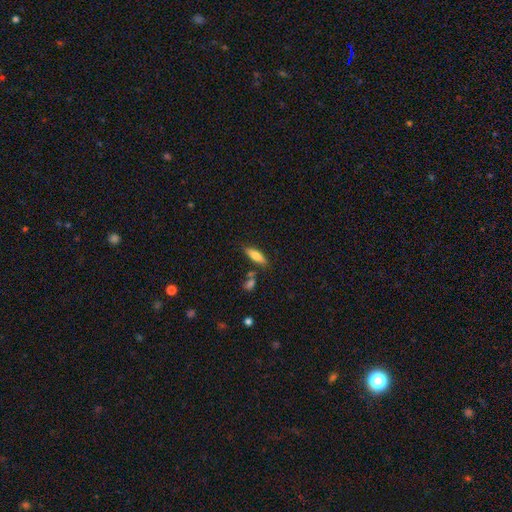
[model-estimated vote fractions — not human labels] Smooth or featured?
  - smooth: 77% *
  - featured or disk: 16%
  - star or artifact: 6%
How rounded?
  - in between: 54% *
  - cigar-shaped: 44%
  - round: 2%
Merging?
  - none: 76% *
  - minor disturbance: 13%
  - merger: 8%
  - major disturbance: 3%